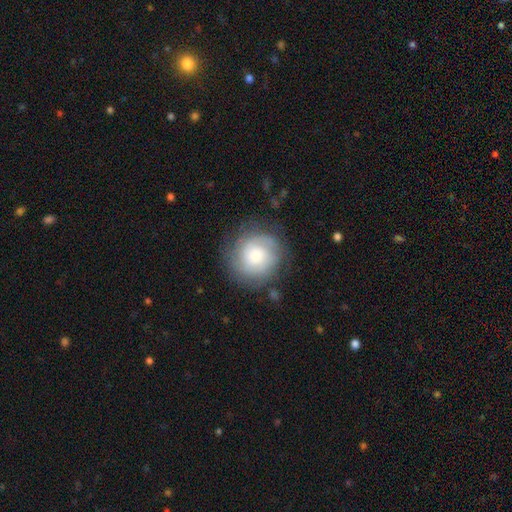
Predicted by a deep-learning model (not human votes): A smooth galaxy with no disk features (54%) that is round (90%).

Vote fractions:
- Smooth or featured? smooth: 54% / featured or disk: 38% / star or artifact: 8%
- How rounded? round: 90% / in between: 9% / cigar-shaped: 1%
- Merging? none: 74% / minor disturbance: 16% / major disturbance: 8% / merger: 2%